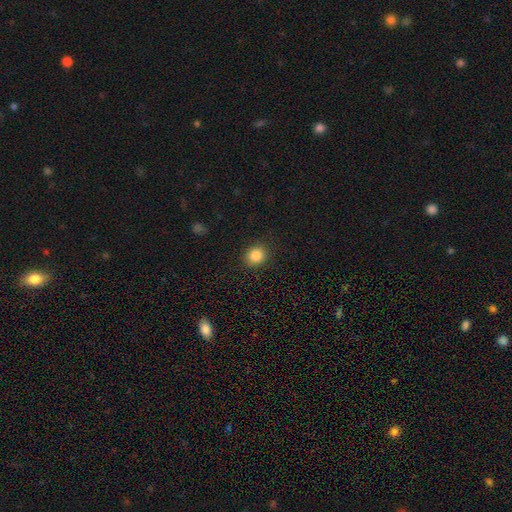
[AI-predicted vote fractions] The model was most divided on "how rounded": round: 76%, in between: 23%, cigar-shaped: 1%. More confident: merging — none (89%); smooth or featured — smooth (86%).